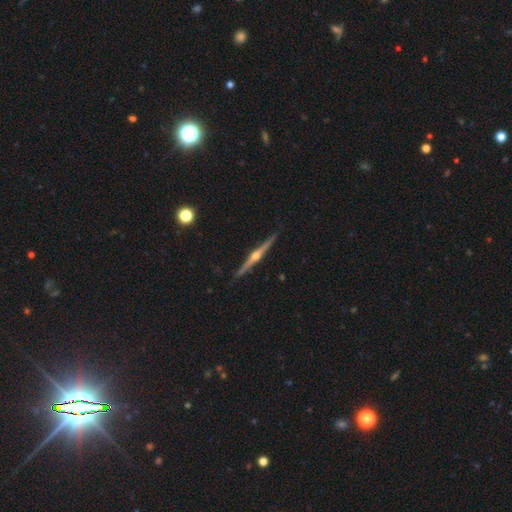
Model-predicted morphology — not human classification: type=featured or disk (87%); edge-on=yes (99%); edge-on bulge=rounded (95%); merging=none (91%).